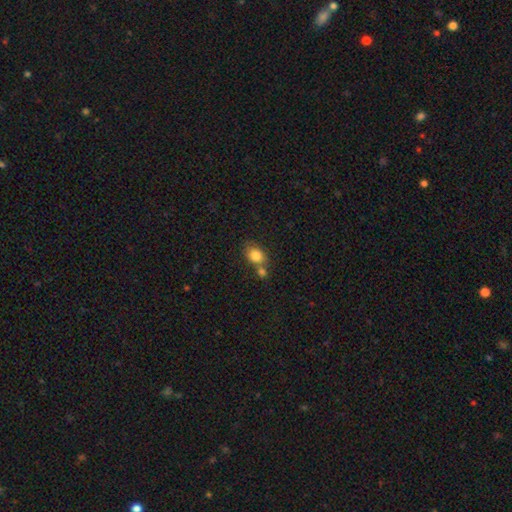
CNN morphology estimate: This is clearly a smooth galaxy (82%). How rounded: possibly in between (59%). Merging: possibly none (47%).